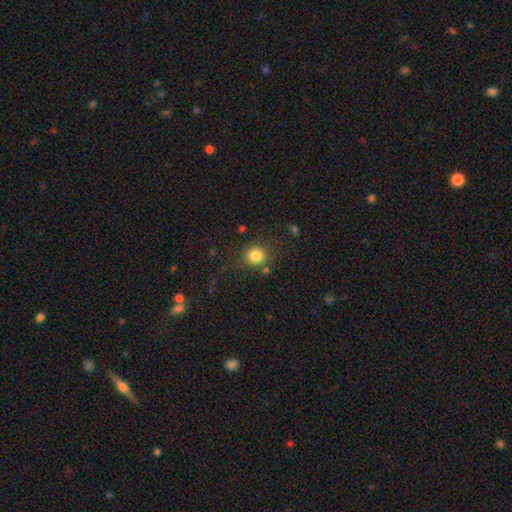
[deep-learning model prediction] The model was most divided on "merging": none: 78%, minor disturbance: 12%, merger: 5%, major disturbance: 5%. More confident: how rounded — round (89%); smooth or featured — smooth (82%).